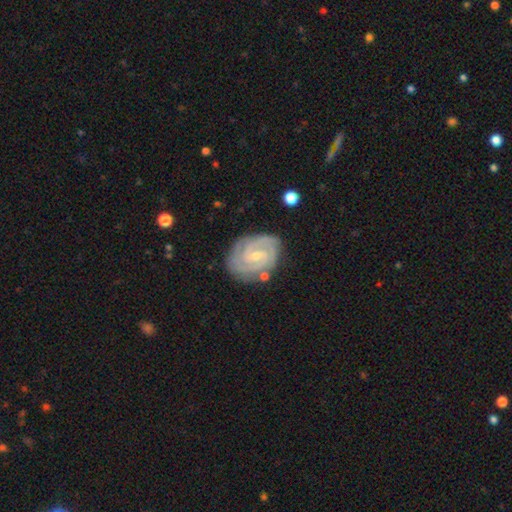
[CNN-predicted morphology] smooth-or-featured: featured or disk: 90% | smooth: 6% | star or artifact: 5%
  disk-edge-on: no: 98% | yes: 2%
    bar: weak: 50% | no: 36% | strong: 14%
    has-spiral-arms: yes: 98% | no: 2%
      spiral-winding: tight: 72% | medium: 24% | loose: 3%
      spiral-arm-count: 2: 61% | 3: 20% | can't tell: 8% | 4: 5% | 1: 3% | more than 4: 3%
    bulge-size: small: 73% | moderate: 23% | none: 3% | large: 1% | dominant: 1%
  merging: none: 79% | minor disturbance: 15% | major disturbance: 4% | merger: 3%